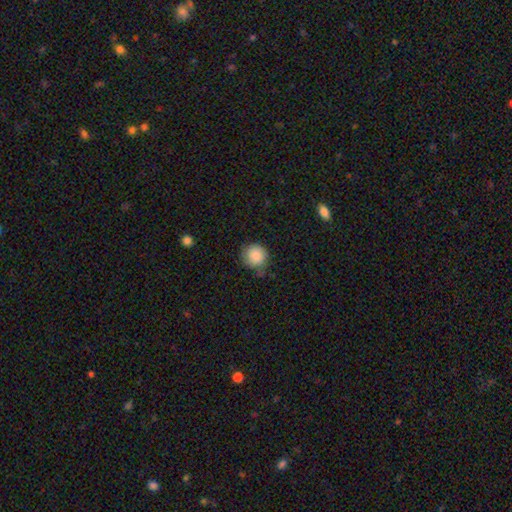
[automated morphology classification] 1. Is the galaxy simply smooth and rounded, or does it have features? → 87% smooth, 8% star or artifact, 5% featured or disk.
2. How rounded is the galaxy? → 91% round, 8% in between, 1% cigar-shaped.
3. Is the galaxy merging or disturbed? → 71% none, 22% minor disturbance, 5% major disturbance, 3% merger.